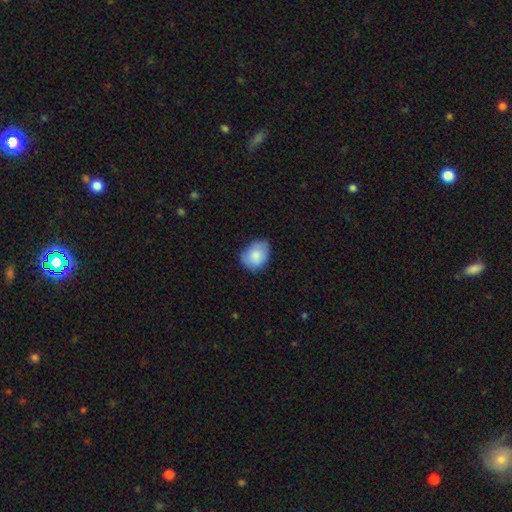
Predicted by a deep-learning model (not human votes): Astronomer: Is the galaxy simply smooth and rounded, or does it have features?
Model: smooth — 83%.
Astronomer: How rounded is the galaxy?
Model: in between — 65%.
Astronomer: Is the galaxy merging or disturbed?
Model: none — 69%.